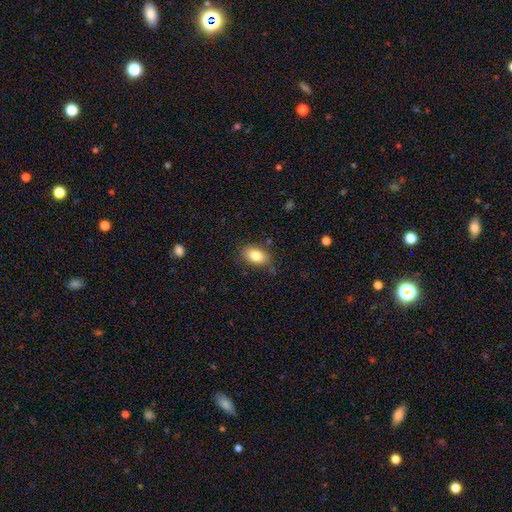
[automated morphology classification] This appears to be a smooth galaxy with no disk features (83%) that is in between round and cigar-shaped (88%). Merging: none (79%).